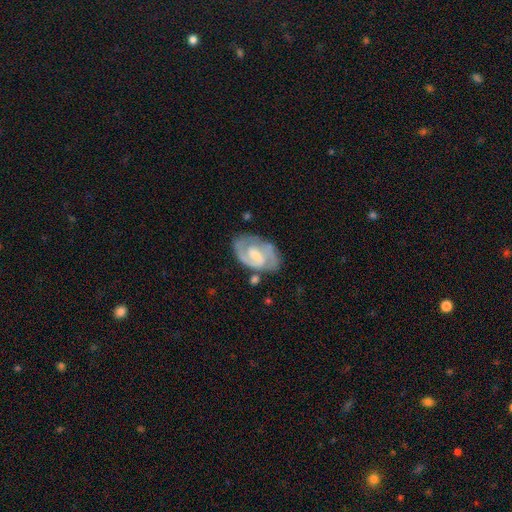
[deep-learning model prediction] This is clearly a featured or disk galaxy (82%). It is clearly not viewed edge-on (97%). Bar: possibly weak (55%). Spiral arm pattern: clearly yes (93%). Spiral arm count: likely 2 (77%). Spiral winding: possibly medium (46%). Central bulge: marginally small (41%, tied with moderate). Merging: likely none (69%).